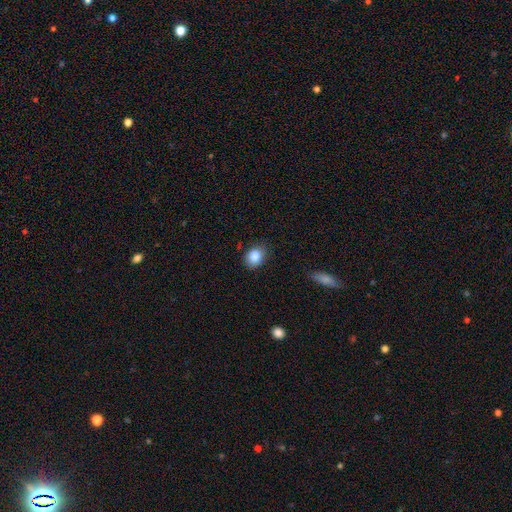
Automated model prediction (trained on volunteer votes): smooth_or_featured: smooth (p=0.85) [alt: star or artifact p=0.09]
how_rounded: in between (p=0.56) [alt: round p=0.43]
merging: none (p=0.81) [alt: minor disturbance p=0.15]